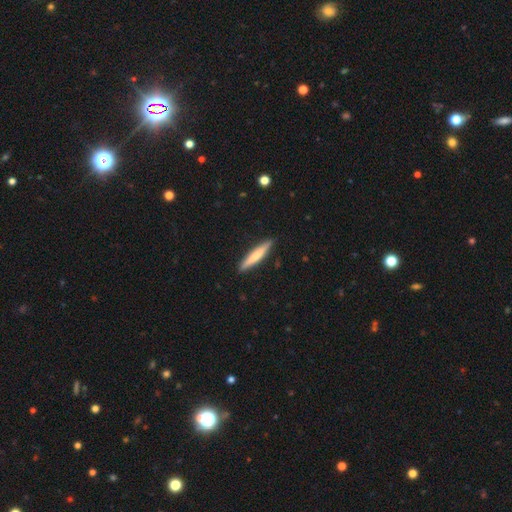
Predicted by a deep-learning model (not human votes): This appears to be a smooth galaxy with no disk features (63%) that is cigar-shaped (92%). Merging: none (91%).